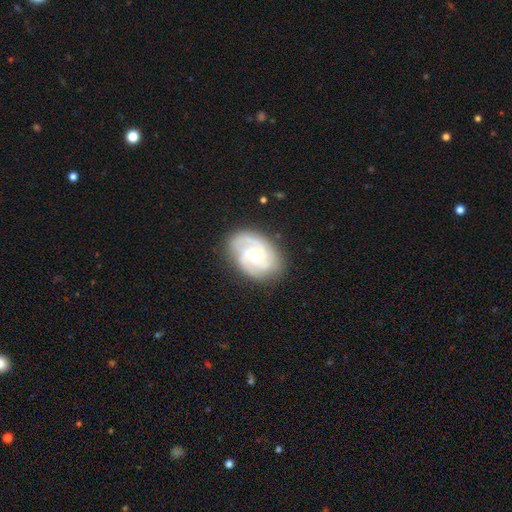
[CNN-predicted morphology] type=featured or disk (86%); edge-on=no (97%); bar=no (68%); spiral arms=yes (97%); winding=tight (52%); arm count=3 (48%); bulge=moderate (54%); merging=none (79%).